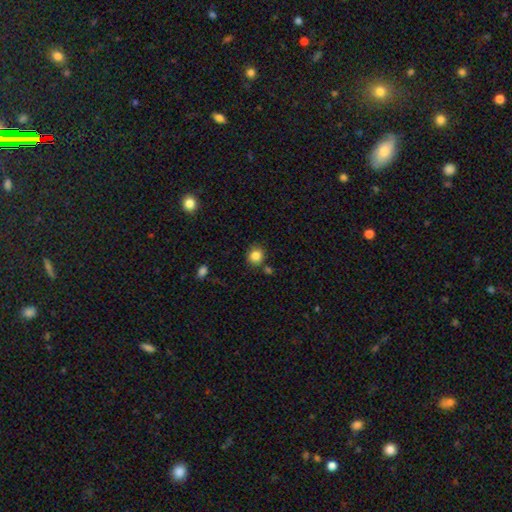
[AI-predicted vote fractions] Q: Smooth or featured?
A: smooth (85%); runner-up: star or artifact (10%)
Q: How rounded?
A: round (85%); runner-up: in between (14%)
Q: Merging?
A: none (81%); runner-up: minor disturbance (11%)